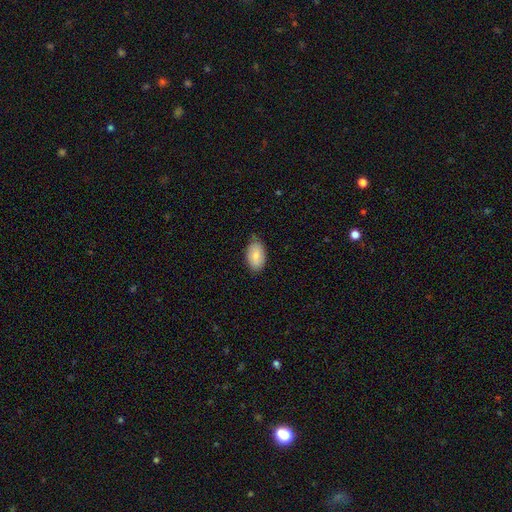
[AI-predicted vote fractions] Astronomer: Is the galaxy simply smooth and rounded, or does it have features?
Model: smooth — 79%.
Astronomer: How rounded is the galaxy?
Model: in between — 92%.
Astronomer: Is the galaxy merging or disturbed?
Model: none — 76%.